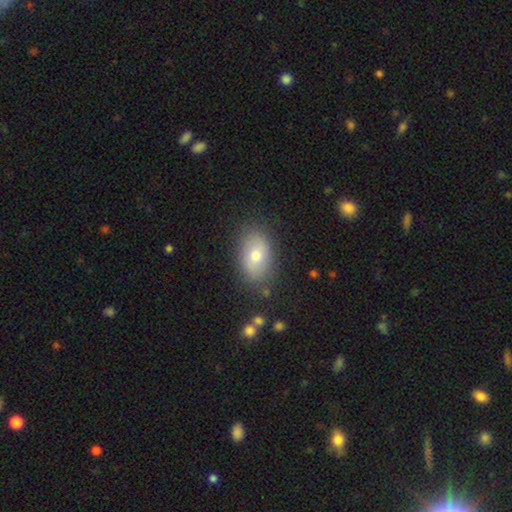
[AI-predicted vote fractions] Smooth or featured: smooth — 70% (featured or disk — 22%)
How rounded: in between — 88% (round — 11%)
Merging: none — 81% (minor disturbance — 13%)